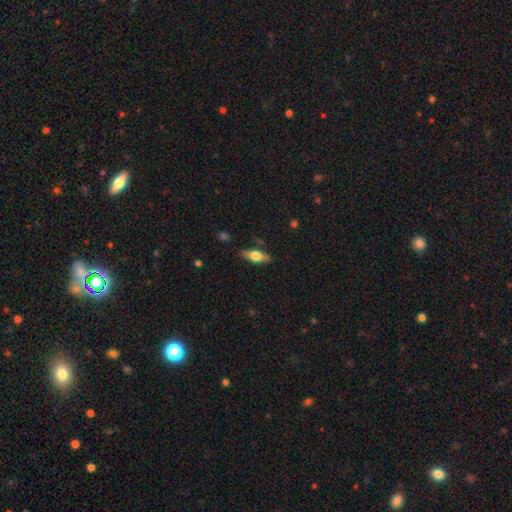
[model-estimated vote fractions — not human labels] Smooth or featured: smooth — 55% (featured or disk — 39%)
How rounded: in between — 70% (cigar-shaped — 26%)
Merging: none — 84% (minor disturbance — 12%)